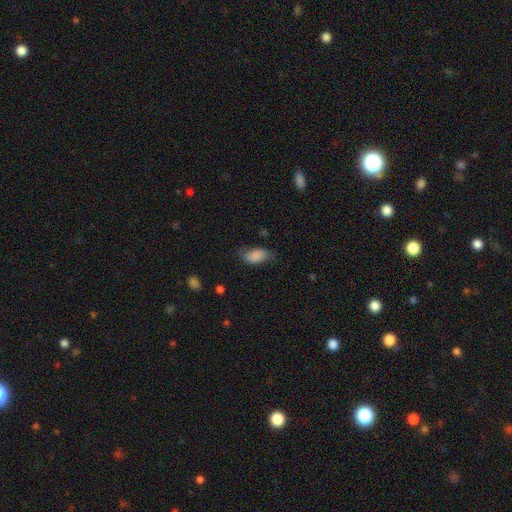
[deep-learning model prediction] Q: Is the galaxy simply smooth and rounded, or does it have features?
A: smooth — 81%.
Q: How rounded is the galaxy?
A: in between — 92%.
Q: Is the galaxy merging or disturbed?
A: none — 58%.